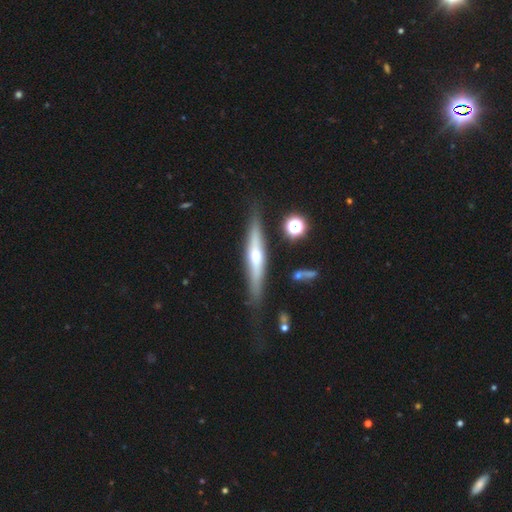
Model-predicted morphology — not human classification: A featured or disk galaxy (62%) viewed edge-on (91%) with a rounded central bulge (86%). Merging: none (82%).